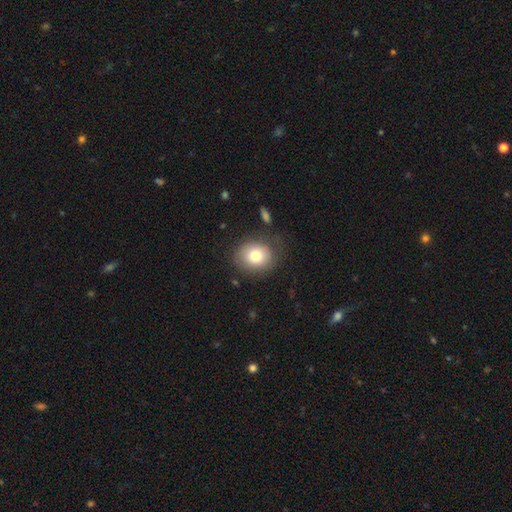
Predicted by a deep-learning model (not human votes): smooth_or_featured: smooth (p=0.76) [alt: featured or disk p=0.15]
how_rounded: round (p=0.66) [alt: in between p=0.33]
merging: none (p=0.76) [alt: minor disturbance p=0.15]